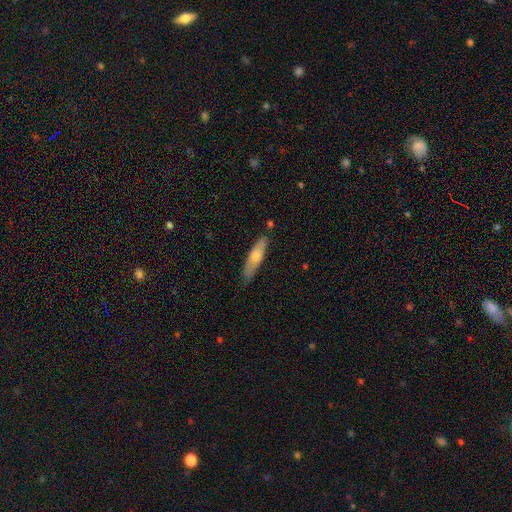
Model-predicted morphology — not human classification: smooth-or-featured: smooth: 65% | featured or disk: 29% | star or artifact: 5%
  how-rounded: cigar-shaped: 74% | in between: 25% | round: 2%
  merging: none: 78% | minor disturbance: 17% | major disturbance: 3% | merger: 2%